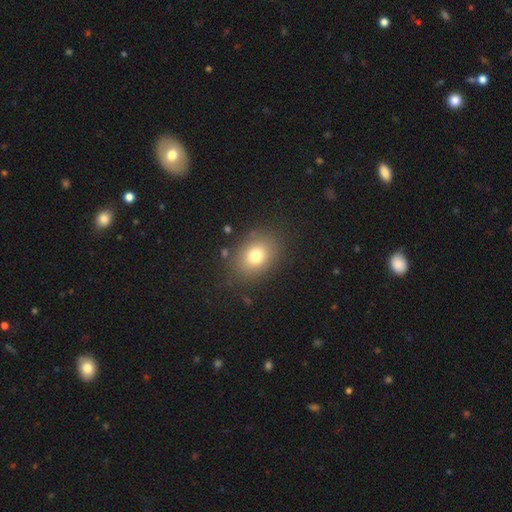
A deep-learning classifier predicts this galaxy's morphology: Smooth or featured: smooth — 77% (star or artifact — 12%)
How rounded: in between — 63% (round — 36%)
Merging: none — 84% (minor disturbance — 10%)